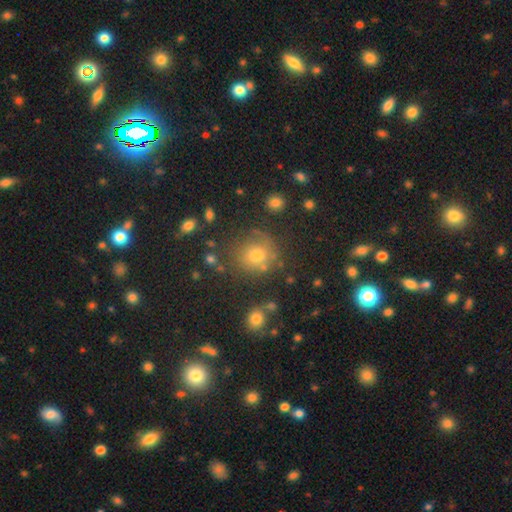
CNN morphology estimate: The model was most divided on "smooth or featured": smooth: 58%, star or artifact: 28%, featured or disk: 14%. More confident: how rounded — round (88%); merging — none (77%).